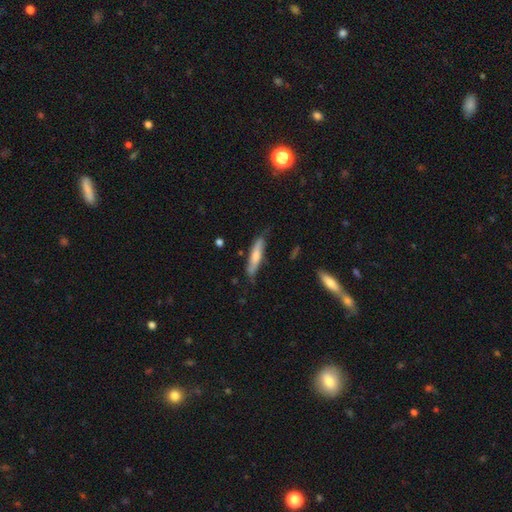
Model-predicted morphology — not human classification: A smooth galaxy with no disk features (59%) that is cigar-shaped (80%). Merging: none (66%).